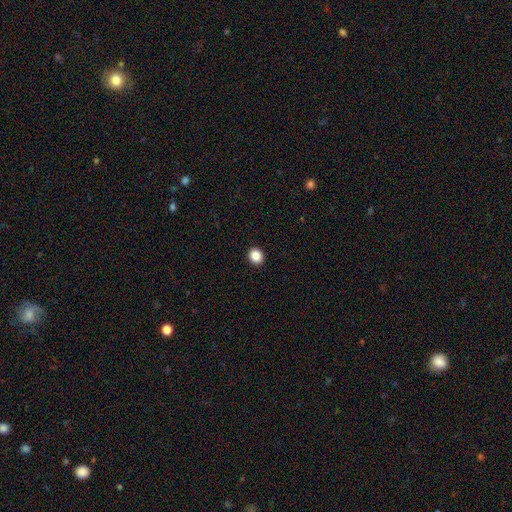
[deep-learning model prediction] The model was most divided on "how rounded": round: 79%, in between: 20%, cigar-shaped: 1%. More confident: merging — none (93%); smooth or featured — smooth (88%).